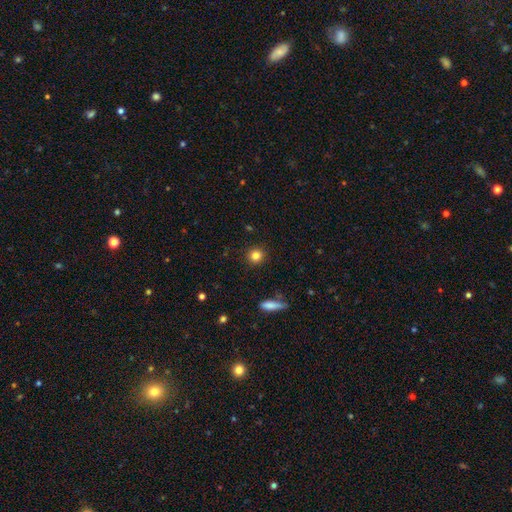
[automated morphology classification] Overall: smooth (82%). How rounded: round (91%). Merging: none (91%).